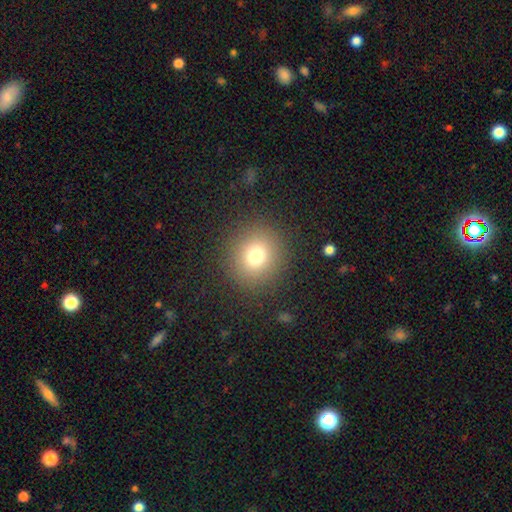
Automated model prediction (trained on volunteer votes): This appears to be a smooth galaxy with no disk features (74%) that is round (89%). Merging: none (89%).